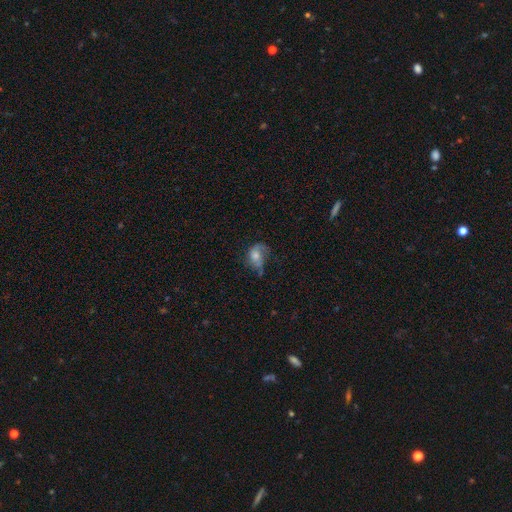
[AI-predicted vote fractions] smooth 52%, featured or disk 37%, star or artifact 10%. Down the decision tree: how rounded — in between (69%); merging — major disturbance (33%).